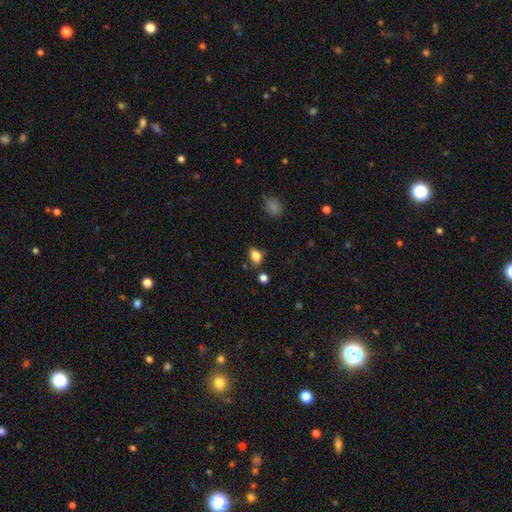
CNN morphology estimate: The model was most divided on "merging": none: 74%, minor disturbance: 16%, merger: 6%, major disturbance: 4%. More confident: smooth or featured — smooth (83%); how rounded — in between (80%).